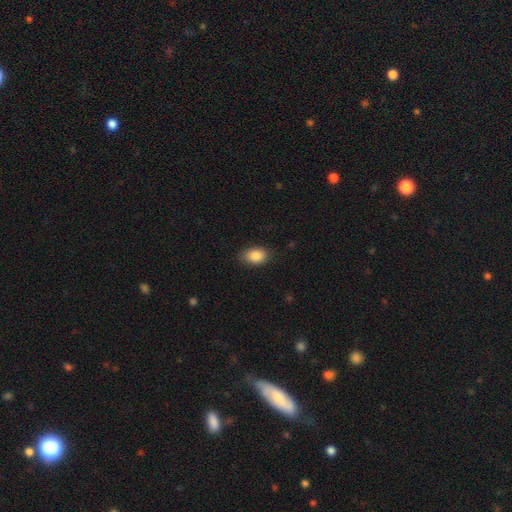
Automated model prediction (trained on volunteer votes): Smooth or featured: smooth — 86% (star or artifact — 8%)
How rounded: in between — 85% (round — 13%)
Merging: none — 83% (minor disturbance — 13%)